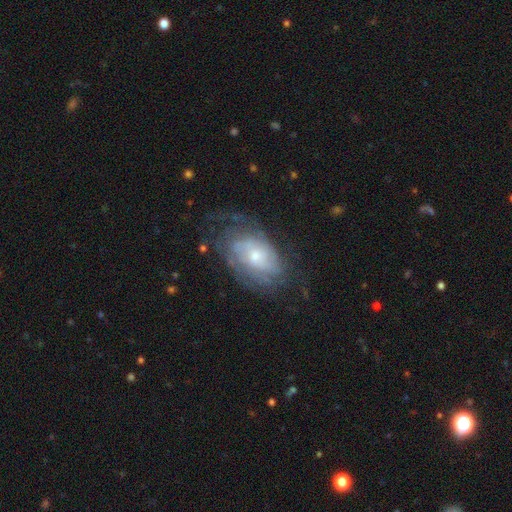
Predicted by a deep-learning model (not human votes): This appears to be a featured or disk galaxy (72%) with no bar (74%), tight (55%) spiral arms (81%) and a small central bulge (53%). Merging: none (58%).